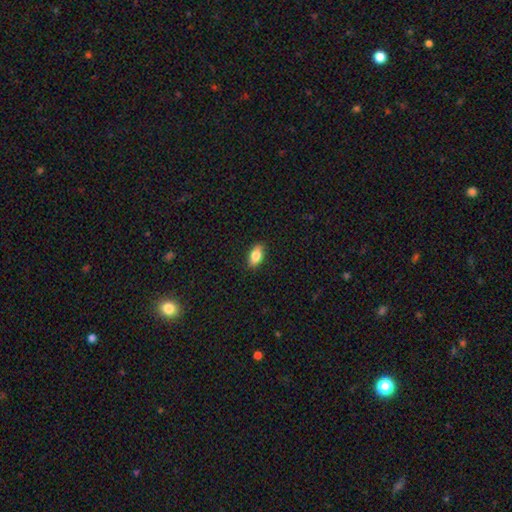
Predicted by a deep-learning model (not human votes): The model was most divided on "smooth or featured": smooth: 83%, featured or disk: 10%, star or artifact: 7%. More confident: how rounded — in between (88%); merging — none (88%).